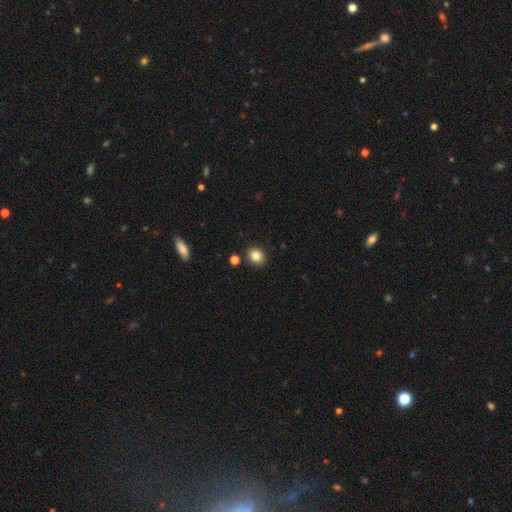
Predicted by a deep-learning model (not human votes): This is clearly a smooth galaxy (86%). How rounded: possibly round (56%). Merging: clearly none (85%).